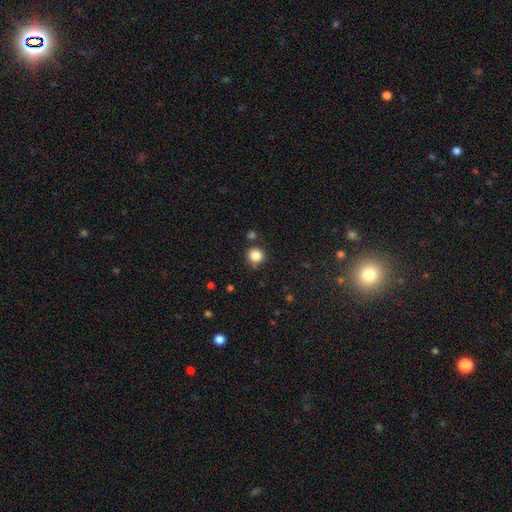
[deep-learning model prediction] Smooth or featured: smooth — 85% (star or artifact — 11%)
How rounded: round — 91% (in between — 8%)
Merging: none — 83% (minor disturbance — 10%)